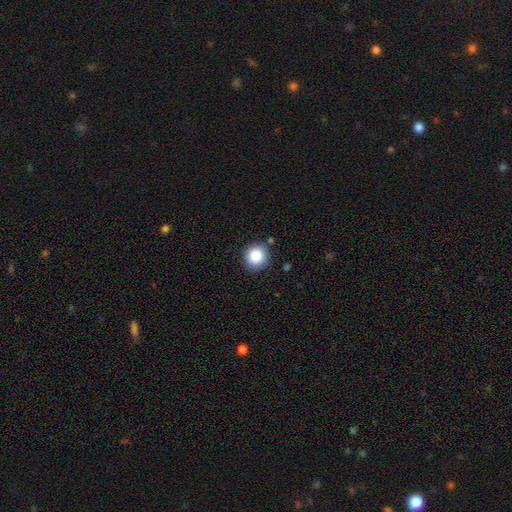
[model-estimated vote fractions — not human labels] Morphology: type=smooth (86%); roundness=round (90%); merging=none (86%).